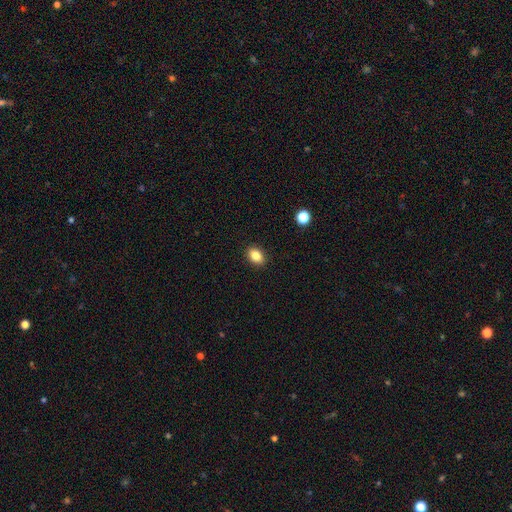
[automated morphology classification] type=smooth (84%); roundness=in between (74%); merging=none (89%).